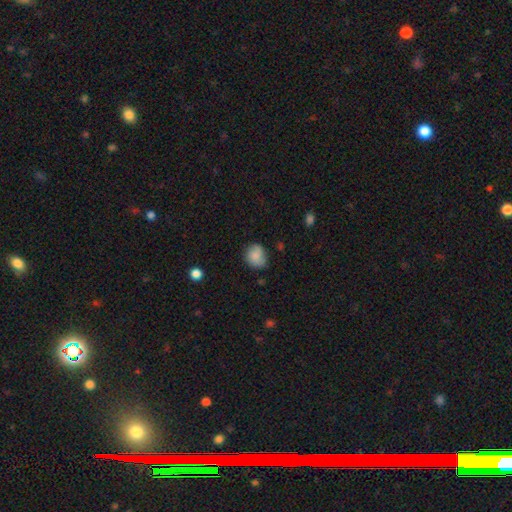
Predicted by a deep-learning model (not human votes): This appears to be a smooth galaxy with no disk features (82%) that is round (70%). Merging: none (69%).